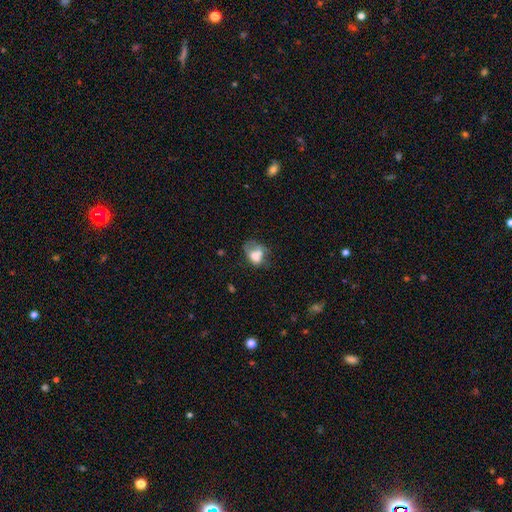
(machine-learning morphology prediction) A smooth galaxy with no disk features (62%) that is in between round and cigar-shaped (67%).

Vote fractions:
- Smooth or featured? smooth: 62% / featured or disk: 26% / star or artifact: 11%
- How rounded? in between: 67% / round: 31% / cigar-shaped: 1%
- Merging? merger: 28% / none: 25% / major disturbance: 25% / minor disturbance: 22%